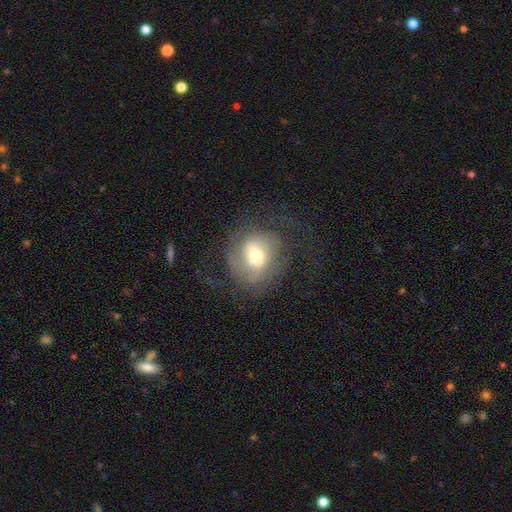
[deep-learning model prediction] Smooth or featured? Predicted: featured or disk (p=0.49). Merging? Predicted: none (p=0.53).